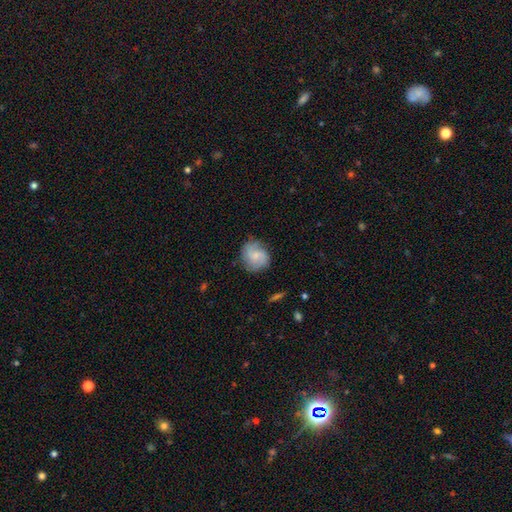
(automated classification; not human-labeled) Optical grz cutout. It shows a smooth galaxy with no disk features (47%). Merging: none (70%).